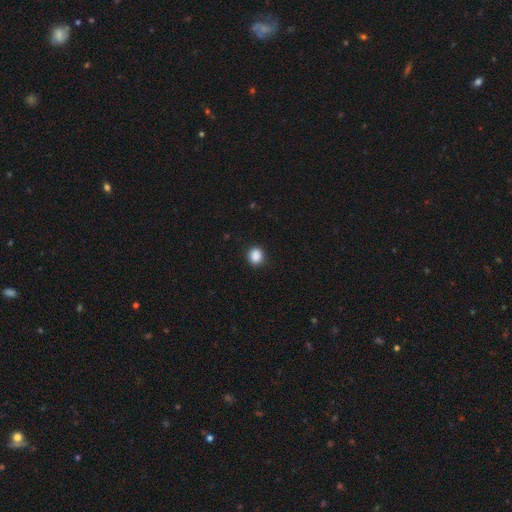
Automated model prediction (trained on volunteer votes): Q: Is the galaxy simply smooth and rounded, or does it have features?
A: smooth — 88%.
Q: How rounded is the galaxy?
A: round — 79%.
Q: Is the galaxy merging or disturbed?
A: none — 90%.